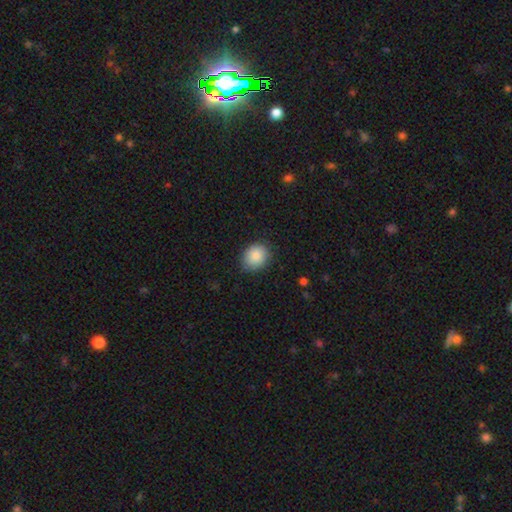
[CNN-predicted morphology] Overall: smooth (88%). How rounded: round (59%; in between 40%). Merging: none (84%).